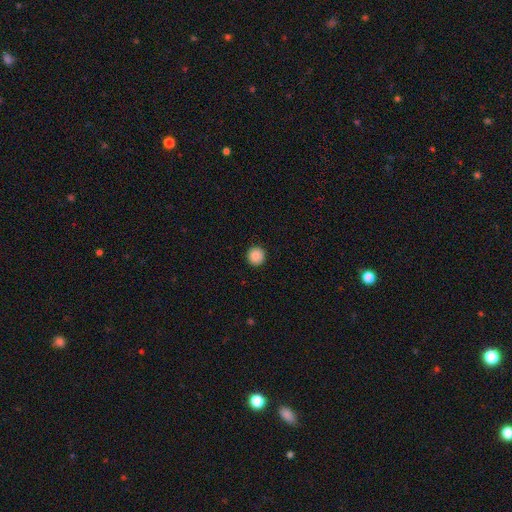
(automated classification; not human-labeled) smooth 88%, star or artifact 9%, featured or disk 3%. Down the decision tree: how rounded — round (96%); merging — none (93%).